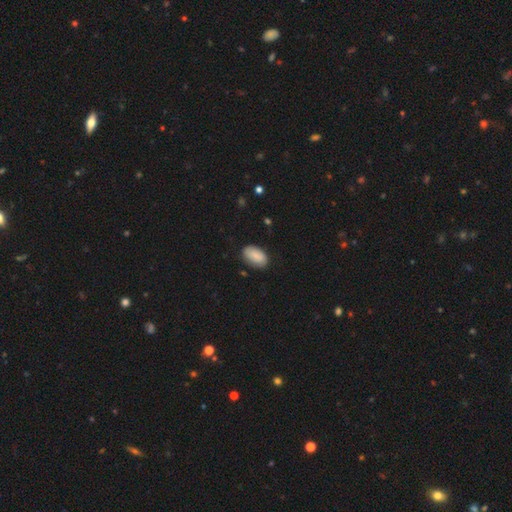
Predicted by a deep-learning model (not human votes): Smooth or featured? Predicted: smooth (p=0.85). How rounded? Predicted: in between (p=0.94). Merging? Predicted: none (p=0.81).